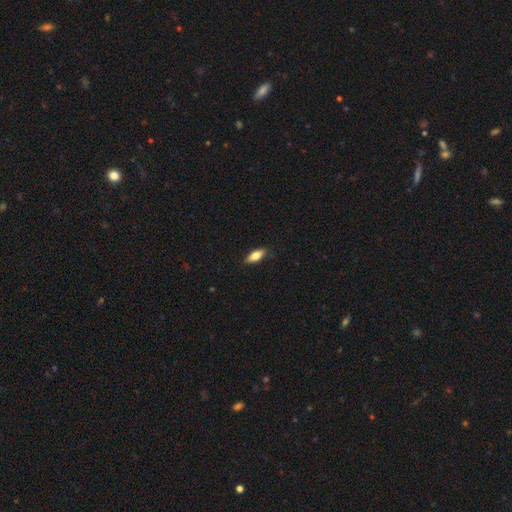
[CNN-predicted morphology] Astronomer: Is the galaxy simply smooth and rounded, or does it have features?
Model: smooth — 68%.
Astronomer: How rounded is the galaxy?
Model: in between — 70%.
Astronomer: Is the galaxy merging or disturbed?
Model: none — 86%.